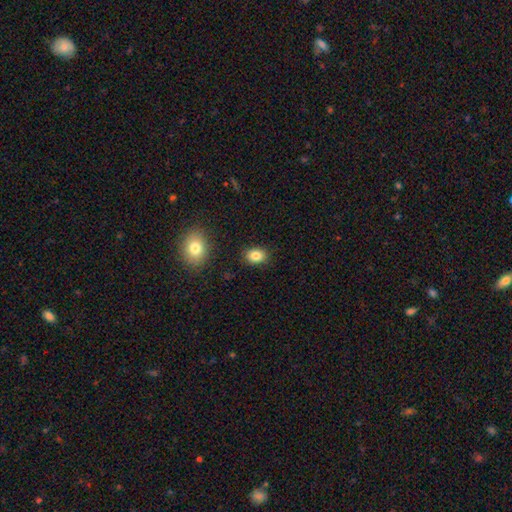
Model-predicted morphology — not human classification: This appears to be a smooth galaxy with no disk features (84%) that is in between round and cigar-shaped (65%). Merging: none (87%).